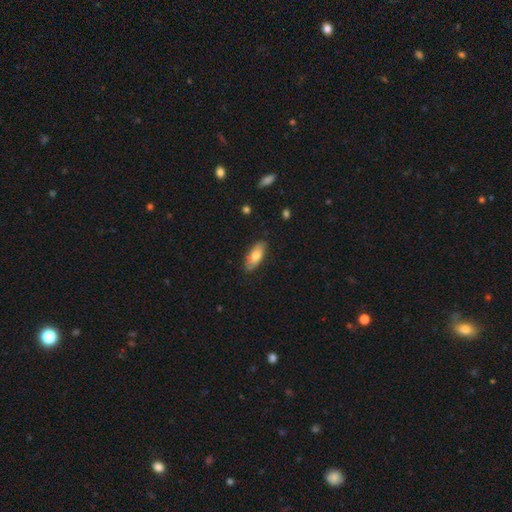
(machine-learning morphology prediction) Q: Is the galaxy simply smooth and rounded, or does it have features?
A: smooth — 67%.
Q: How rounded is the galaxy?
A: in between — 85%.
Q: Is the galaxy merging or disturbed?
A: none — 81%.